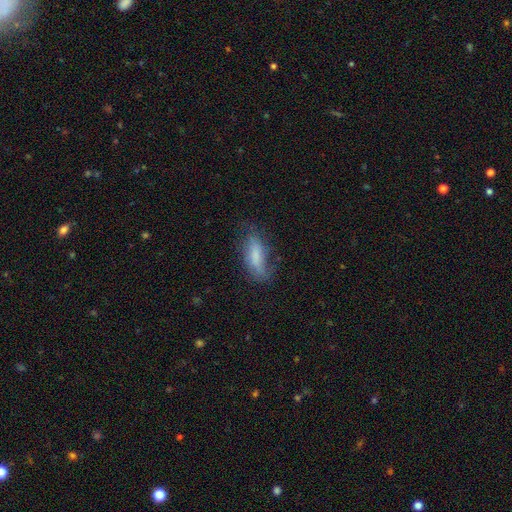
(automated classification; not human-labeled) Morphology: type=smooth (64%); roundness=in between (66%); merging=none (53%).